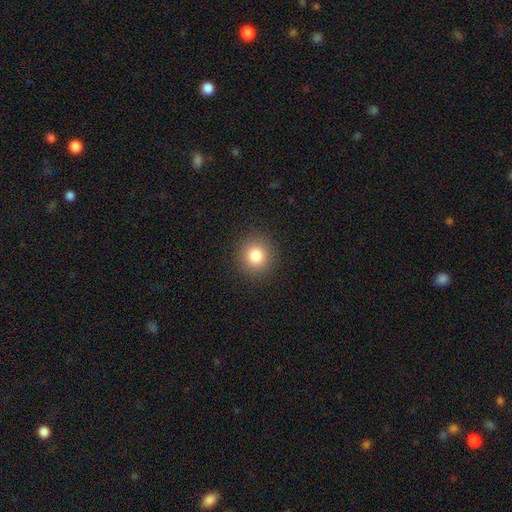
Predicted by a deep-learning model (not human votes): Q: Smooth or featured?
A: smooth (82%); runner-up: star or artifact (11%)
Q: How rounded?
A: round (92%); runner-up: in between (7%)
Q: Merging?
A: none (91%); runner-up: minor disturbance (6%)